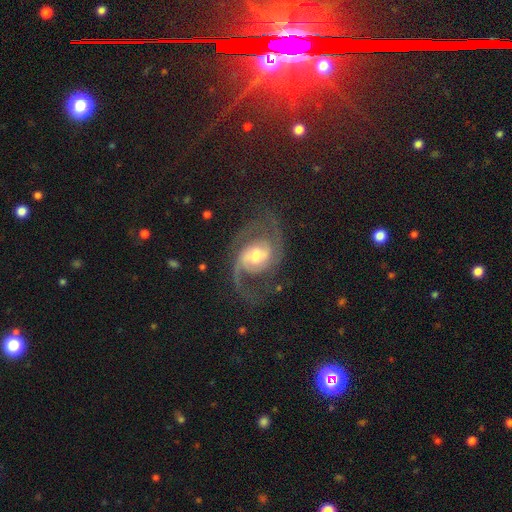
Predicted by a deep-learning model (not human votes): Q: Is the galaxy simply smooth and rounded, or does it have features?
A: featured or disk — 91%.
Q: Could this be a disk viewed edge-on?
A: no — 98%.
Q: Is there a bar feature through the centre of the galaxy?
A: weak — 48%.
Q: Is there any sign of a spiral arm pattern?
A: yes — 98%.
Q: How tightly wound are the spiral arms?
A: medium — 55%.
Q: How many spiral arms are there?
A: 2 — 83%.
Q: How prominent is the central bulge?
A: moderate — 63%.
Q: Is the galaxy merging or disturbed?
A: none — 69%.